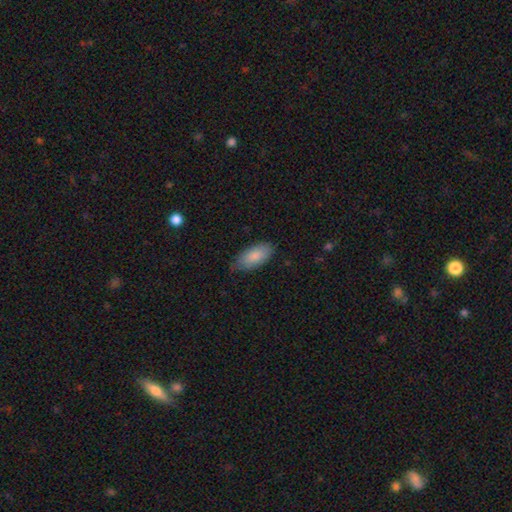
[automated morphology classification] The model was most divided on "merging": none: 75%, minor disturbance: 20%, major disturbance: 3%, merger: 1%. More confident: how rounded — in between (89%); smooth or featured — smooth (84%).